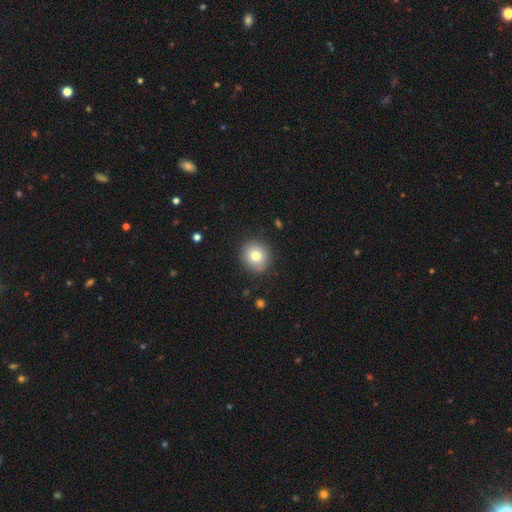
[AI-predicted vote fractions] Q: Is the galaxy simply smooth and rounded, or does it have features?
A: smooth — 77%.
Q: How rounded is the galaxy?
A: round — 84%.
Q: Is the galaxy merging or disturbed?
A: none — 87%.